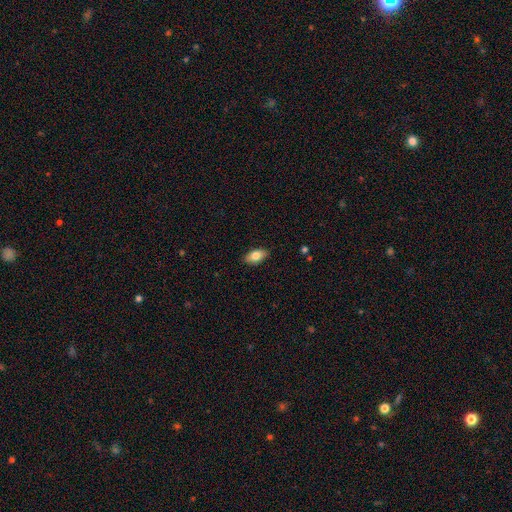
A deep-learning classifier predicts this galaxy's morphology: Overall: smooth (80%). How rounded: in between (91%). Merging: none (88%).